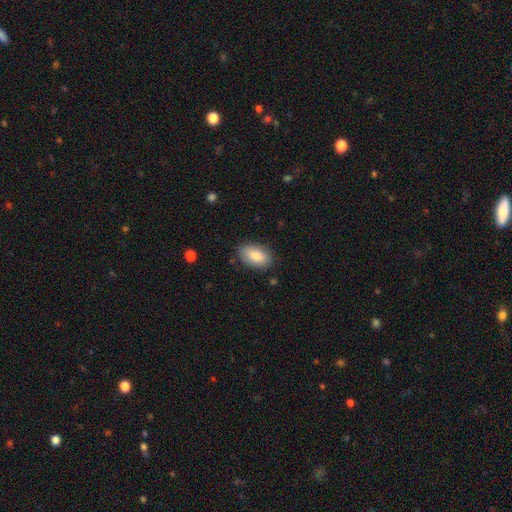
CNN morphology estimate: This is clearly a smooth galaxy (86%). How rounded: clearly in between (94%). Merging: clearly none (84%).